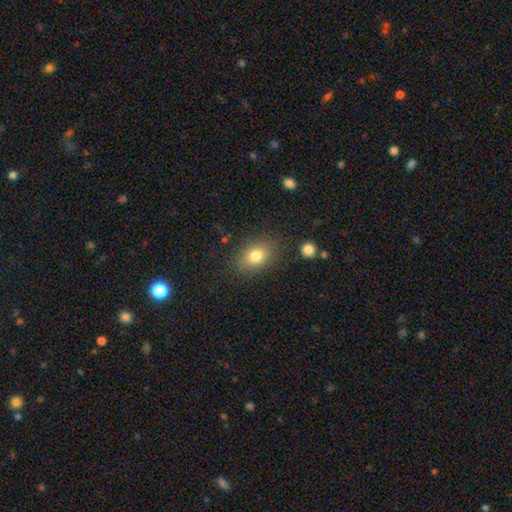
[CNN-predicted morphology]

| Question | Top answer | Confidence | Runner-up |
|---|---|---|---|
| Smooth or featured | smooth | 79% | featured or disk (11%) |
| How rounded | in between | 73% | round (26%) |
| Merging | none | 81% | minor disturbance (12%) |